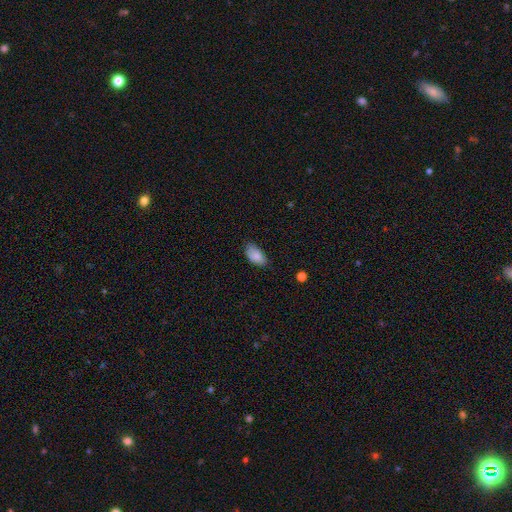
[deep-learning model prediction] Q: Smooth or featured?
A: smooth (84%); runner-up: featured or disk (8%)
Q: How rounded?
A: in between (93%); runner-up: round (4%)
Q: Merging?
A: none (64%); runner-up: minor disturbance (29%)